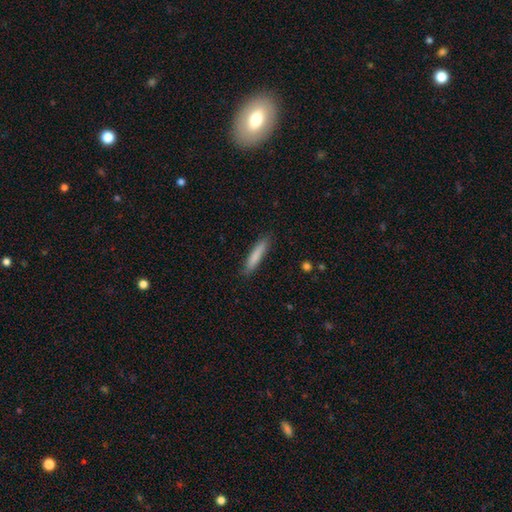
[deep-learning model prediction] A smooth galaxy with no disk features (81%) that is cigar-shaped (89%).

Vote fractions:
- Smooth or featured? smooth: 81% / featured or disk: 13% / star or artifact: 6%
- How rounded? cigar-shaped: 89% / in between: 10% / round: 1%
- Merging? none: 86% / minor disturbance: 11% / major disturbance: 2% / merger: 1%